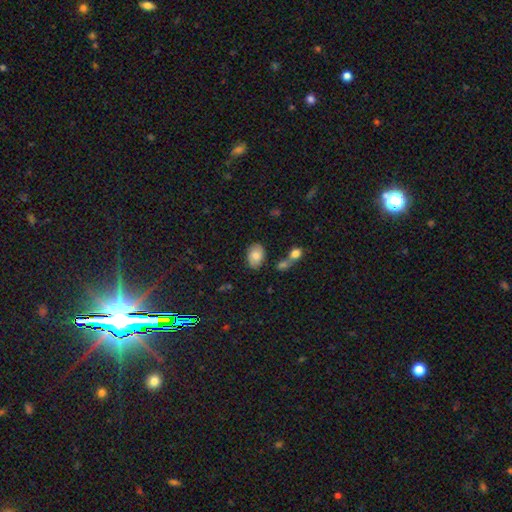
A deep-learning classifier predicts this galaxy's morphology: The model was most divided on "smooth or featured": smooth: 74%, featured or disk: 17%, star or artifact: 8%. More confident: how rounded — in between (84%); merging — none (73%).